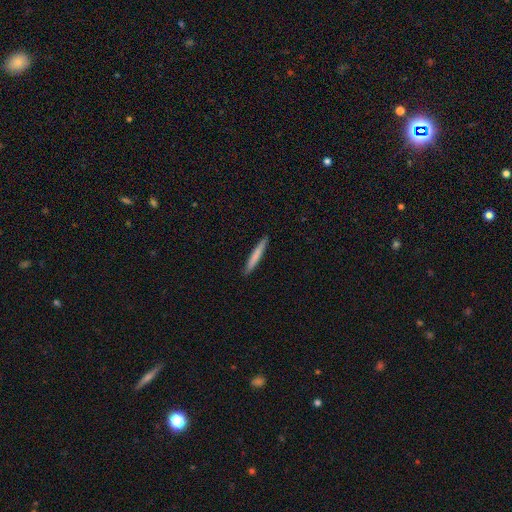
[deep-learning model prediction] smooth_or_featured: smooth (p=0.75) [alt: featured or disk p=0.20]
how_rounded: cigar-shaped (p=0.96) [alt: in between p=0.03]
merging: none (p=0.92) [alt: minor disturbance p=0.06]